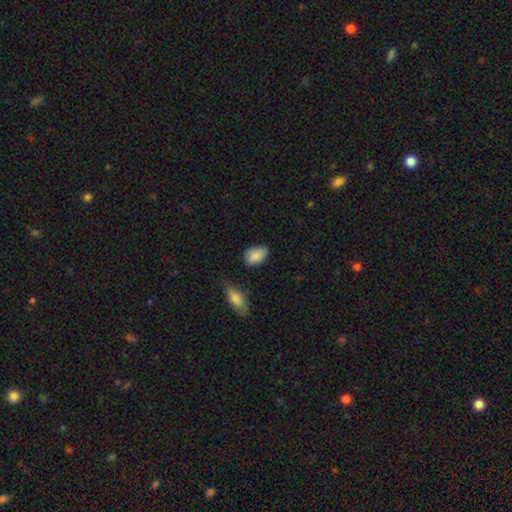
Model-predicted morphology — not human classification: A smooth galaxy with no disk features (86%) that is in between round and cigar-shaped (84%). Merging: none (67%).